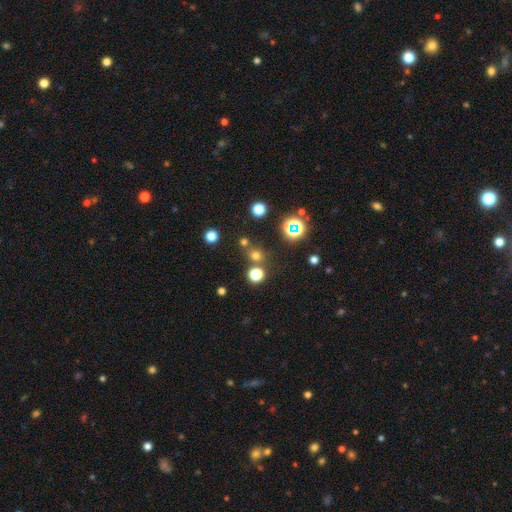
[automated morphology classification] Smooth or featured? smooth (60%)
How rounded? round (87%)
Merging? none (72%)